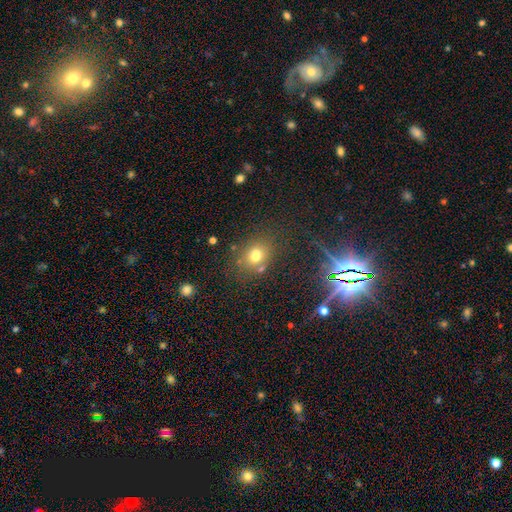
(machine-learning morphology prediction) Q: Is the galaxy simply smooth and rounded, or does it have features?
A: smooth — 69%.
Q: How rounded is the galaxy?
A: round — 51%.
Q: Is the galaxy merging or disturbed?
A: none — 63%.